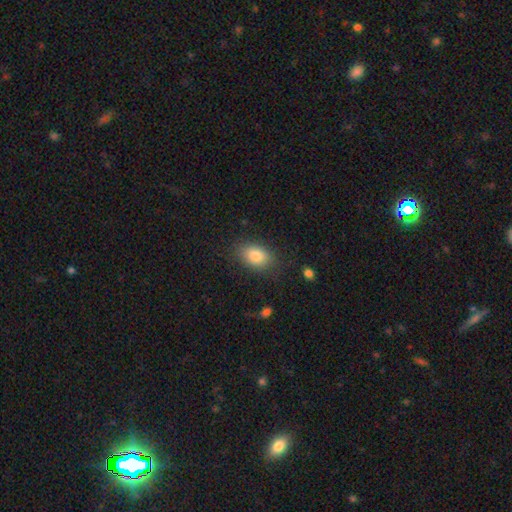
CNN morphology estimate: A smooth galaxy with no disk features (83%) that is in between round and cigar-shaped (85%). Merging: none (81%).